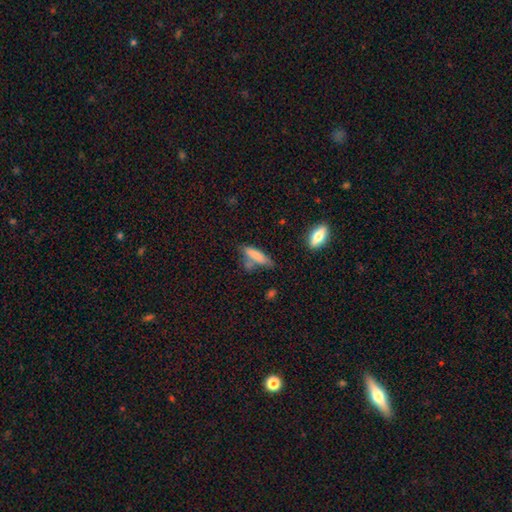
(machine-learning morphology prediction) smooth-or-featured: smooth: 78% | featured or disk: 15% | star or artifact: 8%
  how-rounded: cigar-shaped: 62% | in between: 36% | round: 2%
  merging: none: 52% | minor disturbance: 24% | merger: 15% | major disturbance: 9%